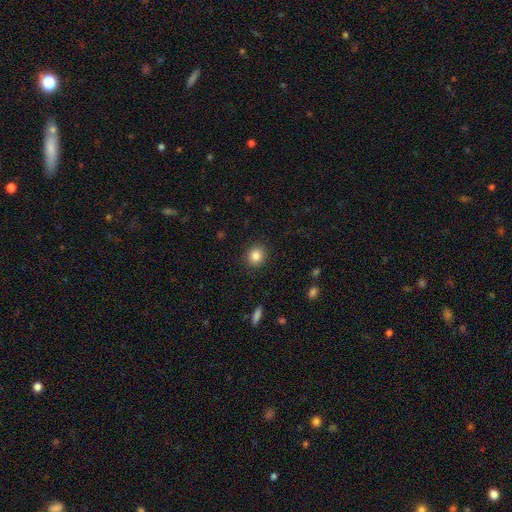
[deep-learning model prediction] The model was most divided on "how rounded": round: 84%, in between: 15%, cigar-shaped: 1%. More confident: merging — none (90%); smooth or featured — smooth (85%).